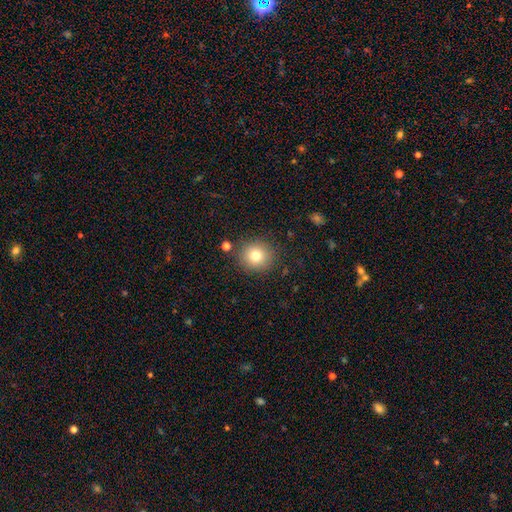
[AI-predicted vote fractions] Q: Smooth or featured?
A: smooth (78%); runner-up: star or artifact (13%)
Q: How rounded?
A: round (91%); runner-up: in between (8%)
Q: Merging?
A: none (86%); runner-up: minor disturbance (8%)